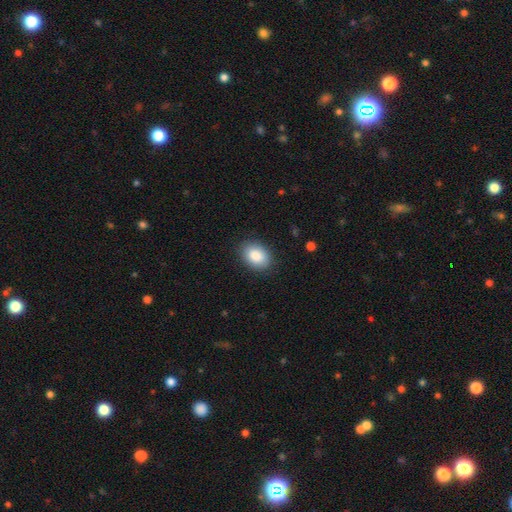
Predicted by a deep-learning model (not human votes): A smooth galaxy with no disk features (87%) that is in between round and cigar-shaped (81%). Merging: none (86%).